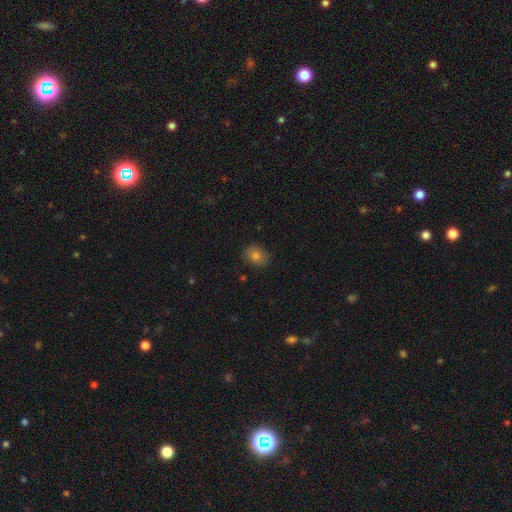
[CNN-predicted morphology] Q: Smooth or featured?
A: smooth (79%); runner-up: star or artifact (12%)
Q: How rounded?
A: in between (56%); runner-up: round (42%)
Q: Merging?
A: none (84%); runner-up: minor disturbance (12%)